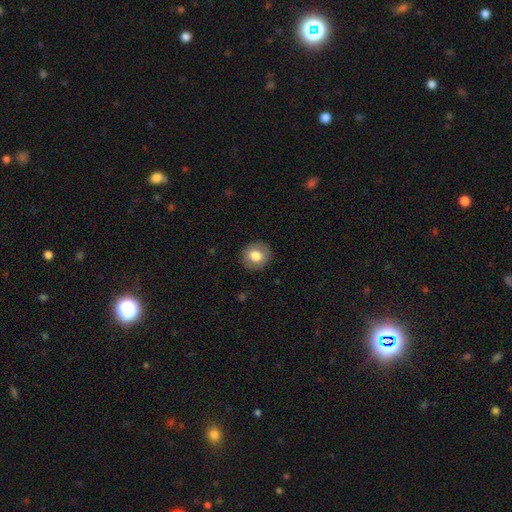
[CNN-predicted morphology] This is likely a smooth galaxy (78%). How rounded: clearly round (85%). Merging: clearly none (89%).